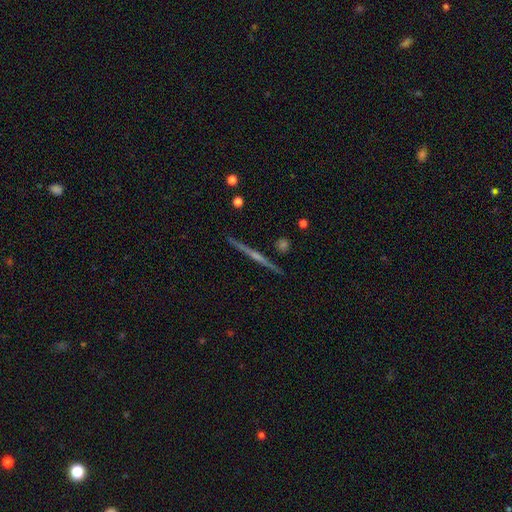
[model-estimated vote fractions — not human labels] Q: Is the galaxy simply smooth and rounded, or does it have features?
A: featured or disk — 78%.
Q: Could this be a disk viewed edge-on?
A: yes — 98%.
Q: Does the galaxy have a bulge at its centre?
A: rounded — 57%.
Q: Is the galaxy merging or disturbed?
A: none — 92%.